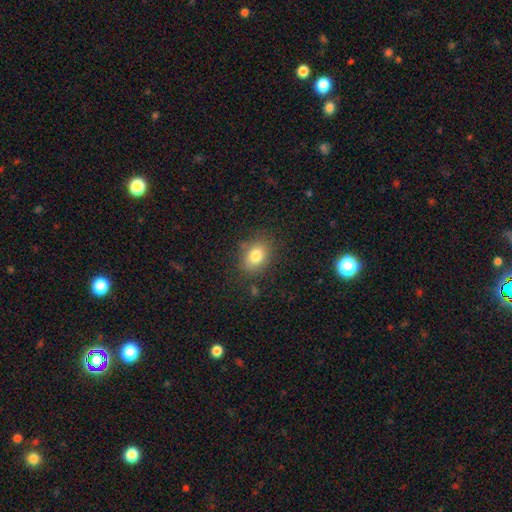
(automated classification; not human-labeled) Smooth or featured? Predicted: smooth (p=0.81). How rounded? Predicted: in between (p=0.65). Merging? Predicted: none (p=0.80).